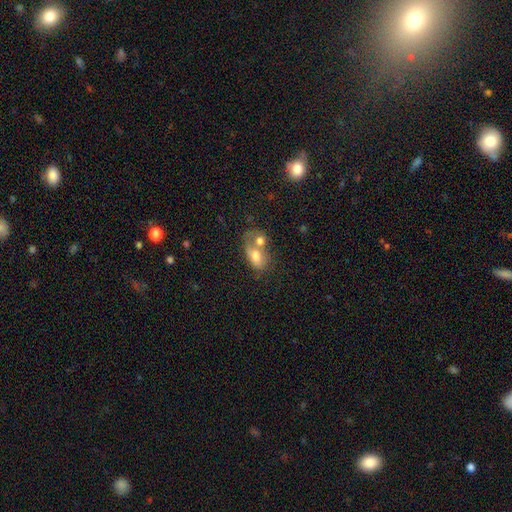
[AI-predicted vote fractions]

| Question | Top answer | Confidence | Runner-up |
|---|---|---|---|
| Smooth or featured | smooth | 67% | featured or disk (24%) |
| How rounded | in between | 81% | round (16%) |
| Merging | merger | 65% | none (18%) |